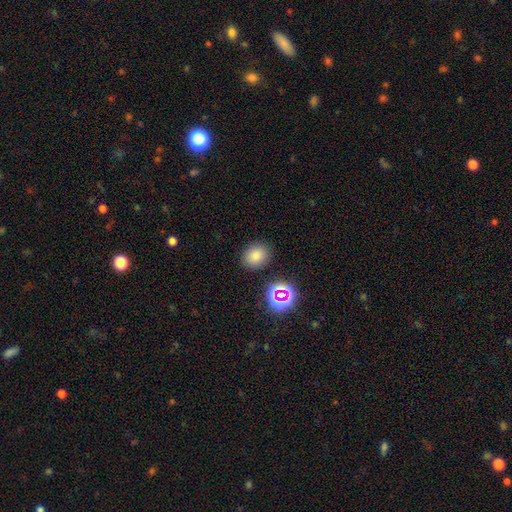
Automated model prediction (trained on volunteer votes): Morphology: type=smooth (76%); roundness=round (53%); merging=none (87%).